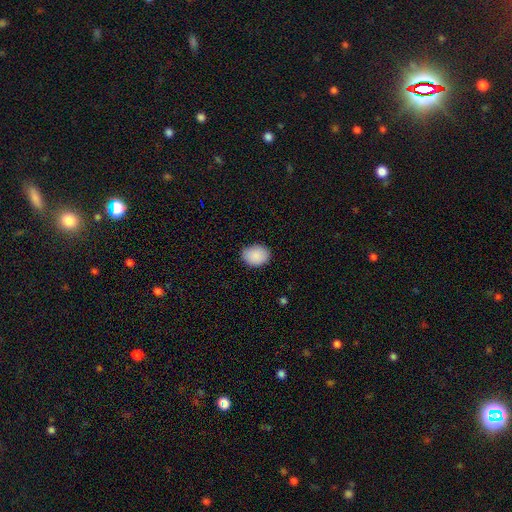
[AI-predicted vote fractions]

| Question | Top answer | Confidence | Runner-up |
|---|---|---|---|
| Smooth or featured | smooth | 90% | star or artifact (7%) |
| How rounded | in between | 66% | round (33%) |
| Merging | none | 85% | minor disturbance (12%) |